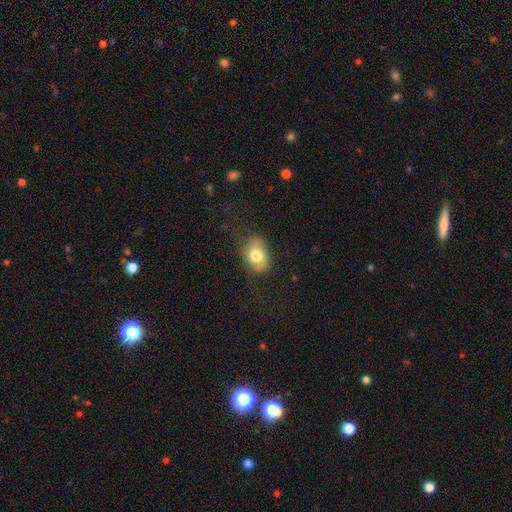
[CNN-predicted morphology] smooth 75%, featured or disk 17%, star or artifact 8%. Down the decision tree: how rounded — in between (80%); merging — none (62%).